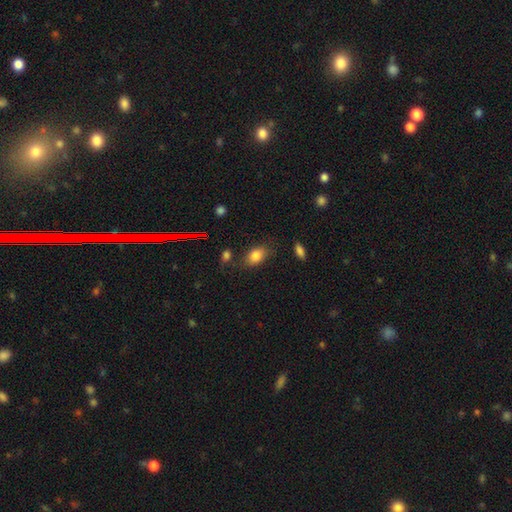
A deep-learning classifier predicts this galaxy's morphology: Q: Smooth or featured?
A: smooth (82%); runner-up: star or artifact (10%)
Q: How rounded?
A: in between (82%); runner-up: round (15%)
Q: Merging?
A: none (73%); runner-up: minor disturbance (17%)